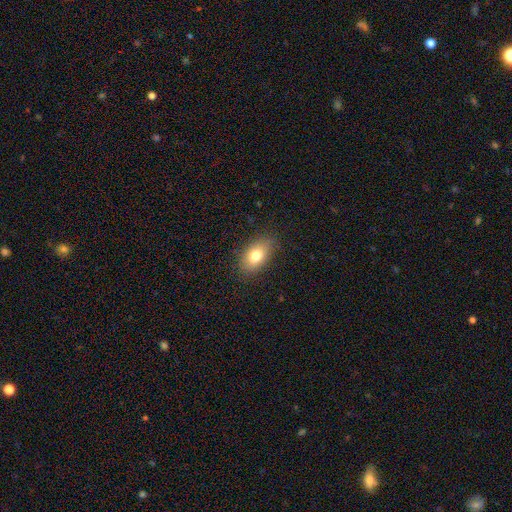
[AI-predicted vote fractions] Morphology: type=smooth (77%); roundness=in between (86%); merging=none (84%).